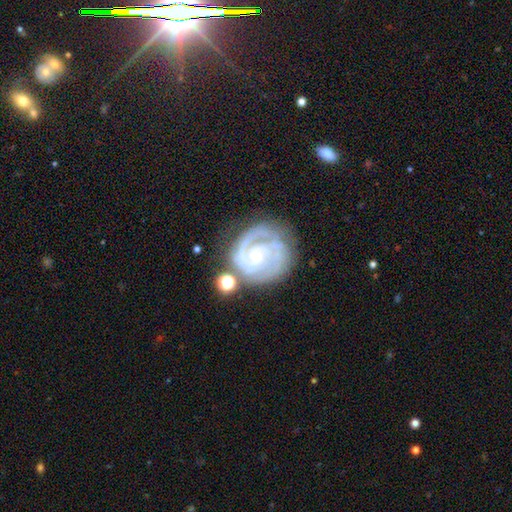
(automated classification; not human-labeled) Smooth or featured? Predicted: featured or disk (p=0.87). Edge-on disk? Predicted: no (p=0.98). Bar? Predicted: no (p=0.60). Spiral arms? Predicted: yes (p=0.97). Spiral winding? Predicted: tight (p=0.71). Spiral arm count? Predicted: 2 (p=0.50). Bulge size? Predicted: small (p=0.72). Merging? Predicted: none (p=0.68).